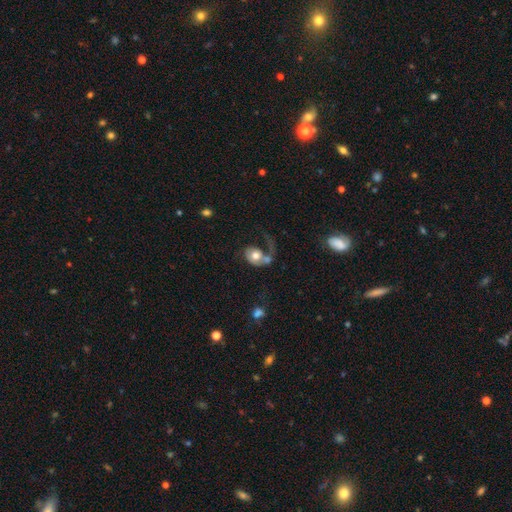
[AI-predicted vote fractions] This is possibly a smooth galaxy (52%). How rounded: possibly in between (52%). Merging: marginally major disturbance (37%).